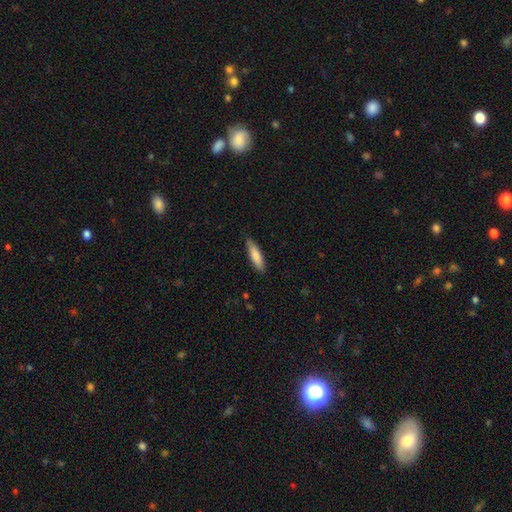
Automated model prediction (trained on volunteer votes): This is clearly a smooth galaxy (82%). How rounded: likely cigar-shaped (70%). Merging: clearly none (85%).